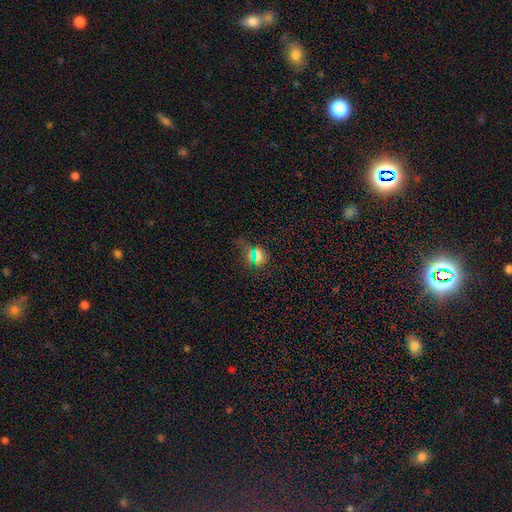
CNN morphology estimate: Overall: smooth (45%; star or artifact 44%). Merging: none (71%).